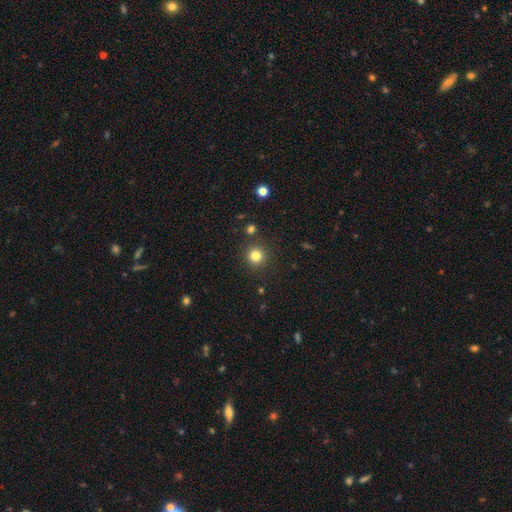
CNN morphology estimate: Q: Smooth or featured?
A: smooth (81%); runner-up: star or artifact (13%)
Q: How rounded?
A: round (95%); runner-up: in between (4%)
Q: Merging?
A: none (89%); runner-up: minor disturbance (6%)